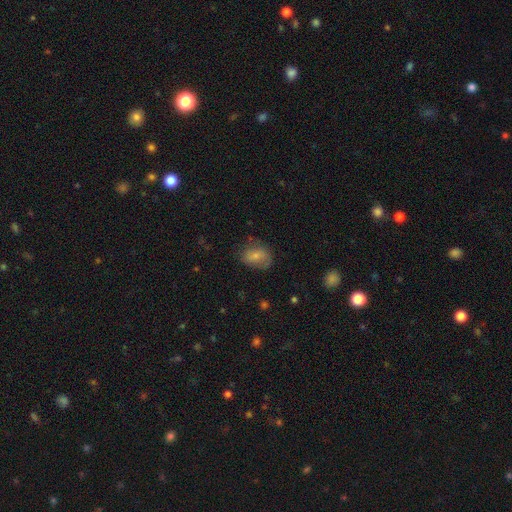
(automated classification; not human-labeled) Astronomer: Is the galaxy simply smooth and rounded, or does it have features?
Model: smooth — 70%.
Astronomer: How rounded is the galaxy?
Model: in between — 66%.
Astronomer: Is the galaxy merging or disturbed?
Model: none — 62%.